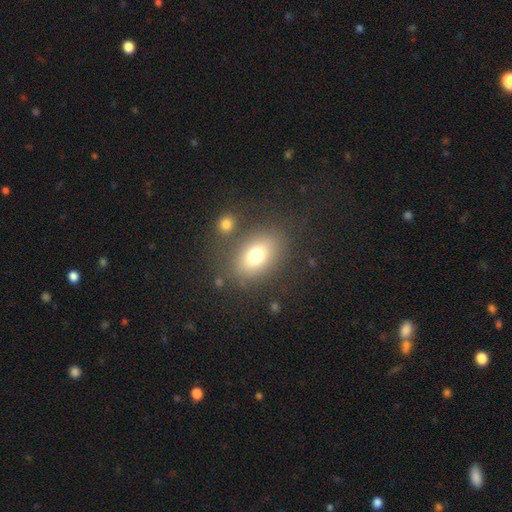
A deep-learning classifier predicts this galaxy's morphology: smooth-or-featured: smooth: 73% | featured or disk: 15% | star or artifact: 12%
  how-rounded: in between: 73% | round: 26% | cigar-shaped: 2%
  merging: none: 75% | minor disturbance: 11% | merger: 8% | major disturbance: 6%